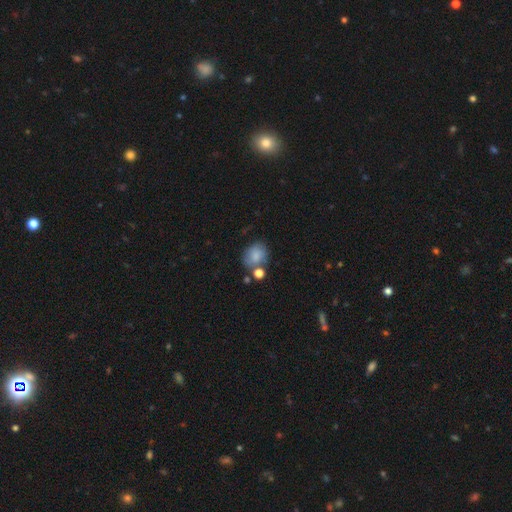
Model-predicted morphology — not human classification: smooth-or-featured: smooth: 80% | featured or disk: 10% | star or artifact: 9%
  how-rounded: round: 55% | in between: 44% | cigar-shaped: 1%
  merging: none: 57% | minor disturbance: 19% | merger: 17% | major disturbance: 8%